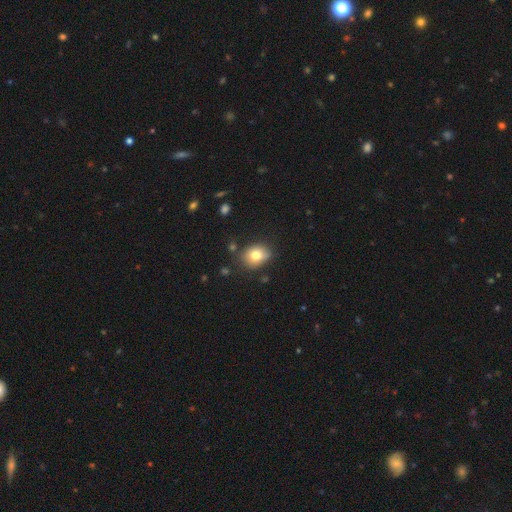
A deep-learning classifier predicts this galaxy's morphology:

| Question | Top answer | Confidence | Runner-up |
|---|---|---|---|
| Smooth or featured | smooth | 77% | featured or disk (13%) |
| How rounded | in between | 53% | round (46%) |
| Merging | none | 77% | minor disturbance (16%) |